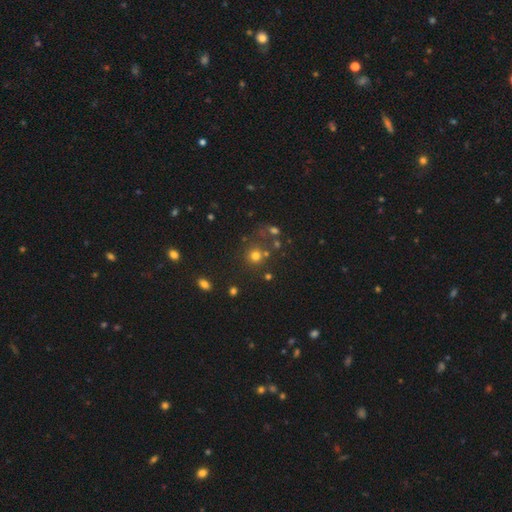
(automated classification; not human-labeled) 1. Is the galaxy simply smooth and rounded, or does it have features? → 69% smooth, 21% star or artifact, 10% featured or disk.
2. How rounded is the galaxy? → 89% round, 10% in between, 1% cigar-shaped.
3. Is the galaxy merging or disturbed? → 67% none, 16% merger, 11% minor disturbance, 6% major disturbance.